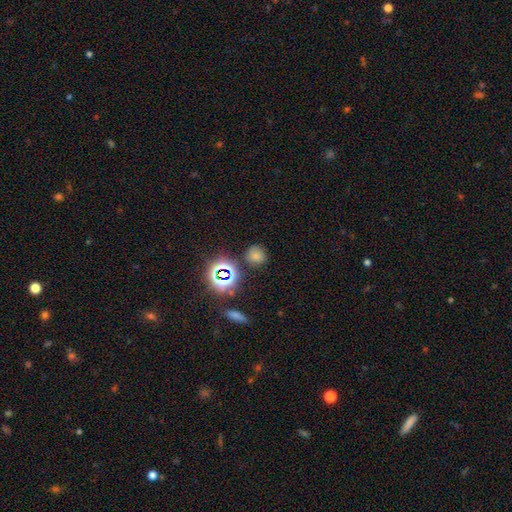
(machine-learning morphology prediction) smooth-or-featured: smooth: 66% | star or artifact: 26% | featured or disk: 9%
  how-rounded: round: 79% | in between: 20% | cigar-shaped: 1%
  merging: none: 79% | minor disturbance: 13% | major disturbance: 4% | merger: 4%